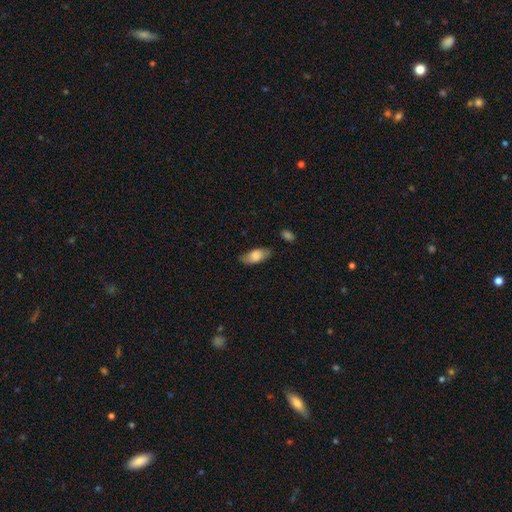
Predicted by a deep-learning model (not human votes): A smooth galaxy with no disk features (75%) that is in between round and cigar-shaped (85%). Merging: none (75%).